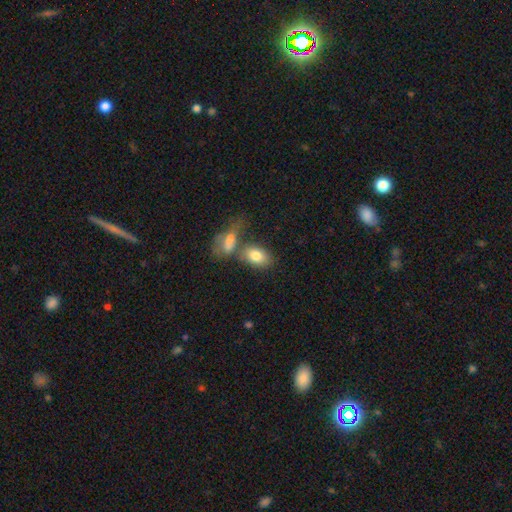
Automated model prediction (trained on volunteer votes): Morphology: type=smooth (80%); roundness=in between (88%); merging=none (44%).